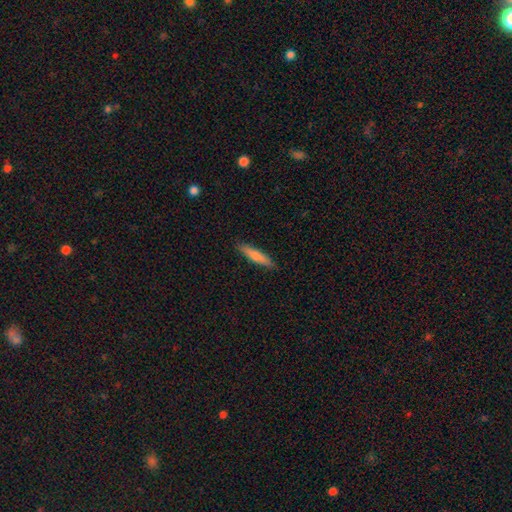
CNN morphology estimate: A smooth galaxy with no disk features (65%) that is cigar-shaped (86%).

Vote fractions:
- Smooth or featured? smooth: 65% / featured or disk: 29% / star or artifact: 6%
- How rounded? cigar-shaped: 86% / in between: 12% / round: 2%
- Merging? none: 90% / minor disturbance: 7% / major disturbance: 2% / merger: 1%